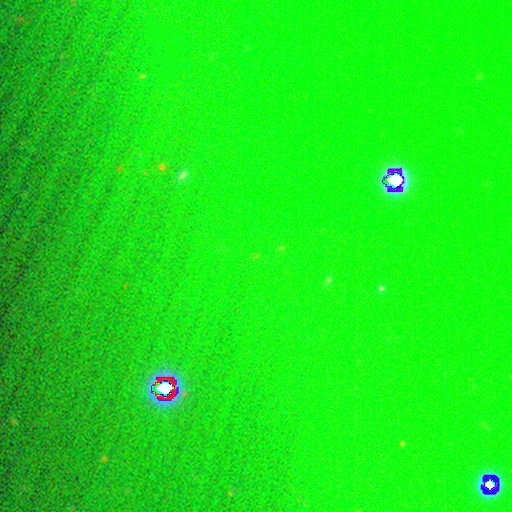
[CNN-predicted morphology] This is likely a star or artifact rather than a galaxy (76%).